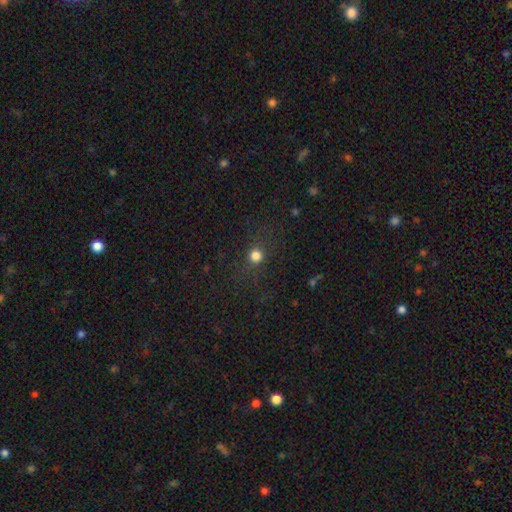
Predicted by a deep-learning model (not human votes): Overall: smooth (73%). How rounded: round (87%). Merging: none (83%).